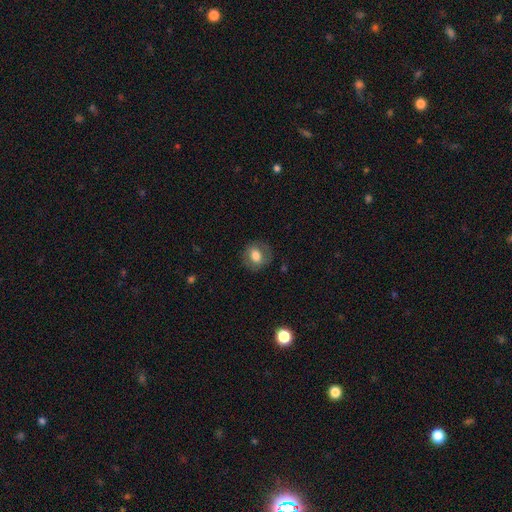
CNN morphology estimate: Smooth or featured? smooth (70%)
How rounded? round (64%)
Merging? none (82%)